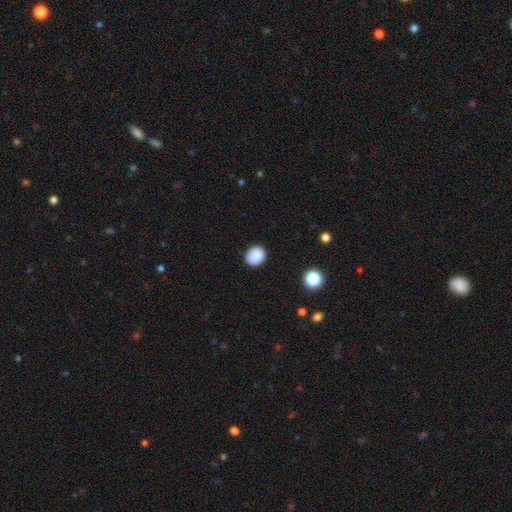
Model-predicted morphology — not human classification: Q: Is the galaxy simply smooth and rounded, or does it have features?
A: smooth — 88%.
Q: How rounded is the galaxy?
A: round — 65%.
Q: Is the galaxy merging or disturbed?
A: none — 86%.